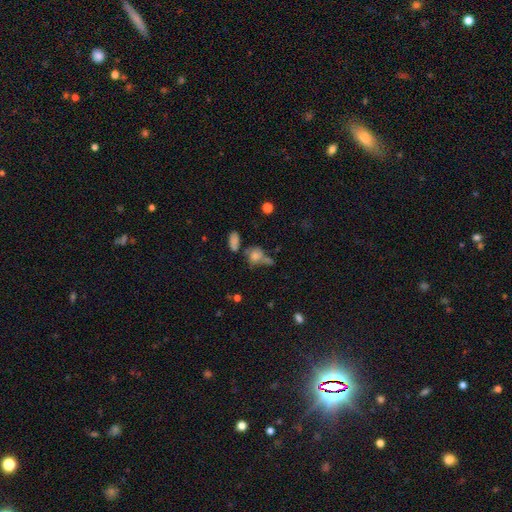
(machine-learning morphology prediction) The model was most divided on "how rounded": round: 51%, in between: 43%, cigar-shaped: 5%. Remaining: smooth or featured — smooth (50%); merging — none (43%).